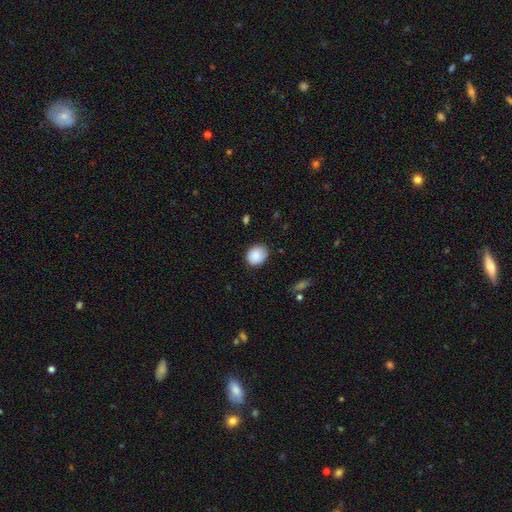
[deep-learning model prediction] smooth 86%, star or artifact 7%, featured or disk 7%. Down the decision tree: how rounded — round (55%); merging — none (75%).